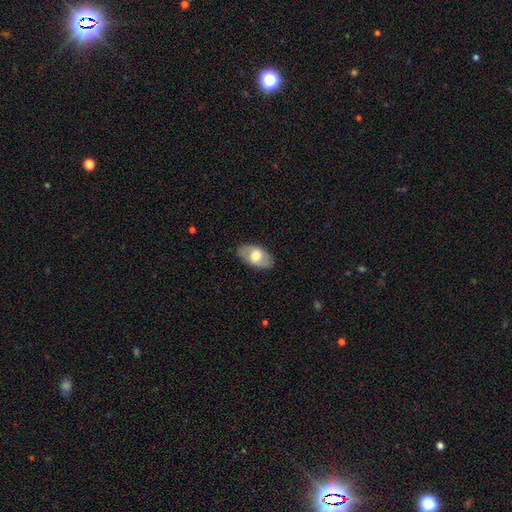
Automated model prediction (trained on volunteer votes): Overall: smooth (58%; featured or disk 36%). How rounded: in between (92%). Merging: none (84%).